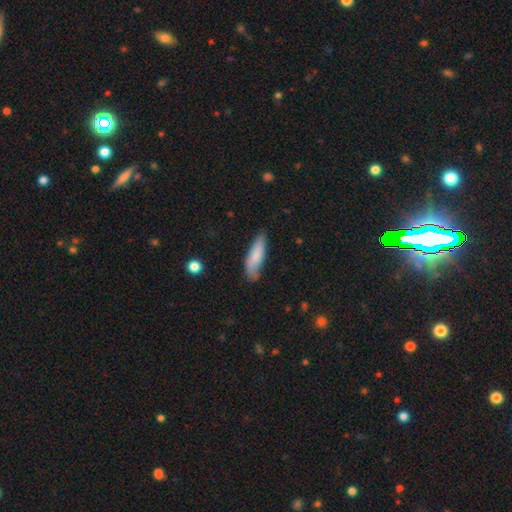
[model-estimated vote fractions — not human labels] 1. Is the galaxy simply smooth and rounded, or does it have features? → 80% smooth, 14% featured or disk, 6% star or artifact.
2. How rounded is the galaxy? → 55% cigar-shaped, 44% in between, 2% round.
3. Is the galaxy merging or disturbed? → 66% none, 26% minor disturbance, 6% major disturbance, 2% merger.